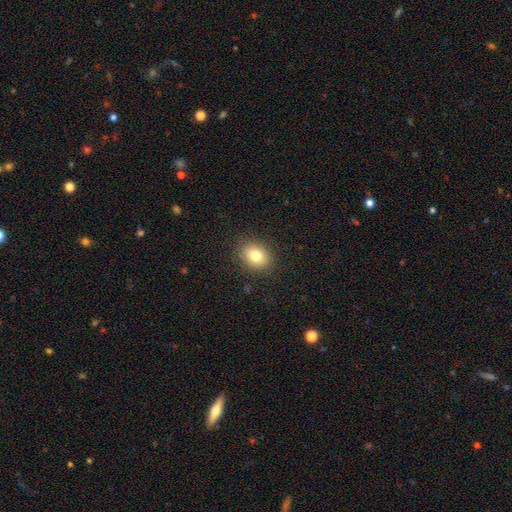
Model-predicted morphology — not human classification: A smooth galaxy with no disk features (80%) that is in between round and cigar-shaped (54%).

Vote fractions:
- Smooth or featured? smooth: 80% / star or artifact: 11% / featured or disk: 10%
- How rounded? in between: 54% / round: 45% / cigar-shaped: 1%
- Merging? none: 87% / minor disturbance: 9% / major disturbance: 3% / merger: 1%